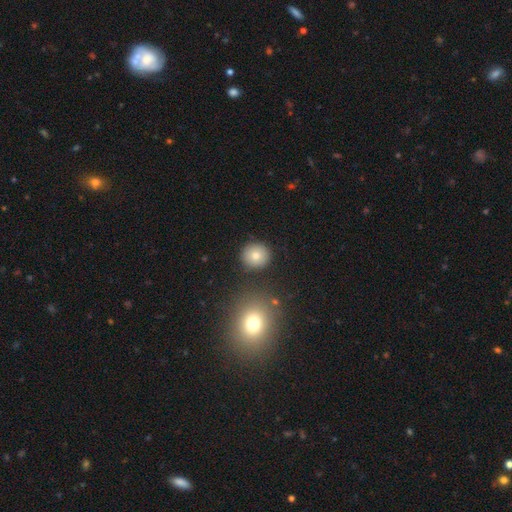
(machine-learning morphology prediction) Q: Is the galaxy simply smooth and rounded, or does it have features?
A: smooth — 80%.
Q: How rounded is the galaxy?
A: round — 90%.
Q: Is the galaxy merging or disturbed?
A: none — 87%.